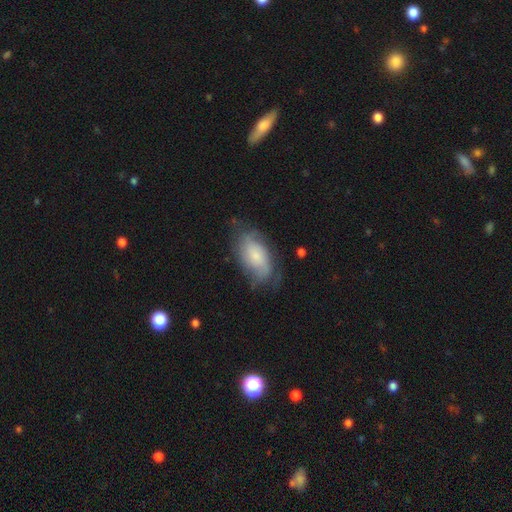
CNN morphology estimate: smooth_or_featured: featured or disk (p=0.47) [alt: smooth p=0.45]
merging: none (p=0.59) [alt: minor disturbance p=0.26]